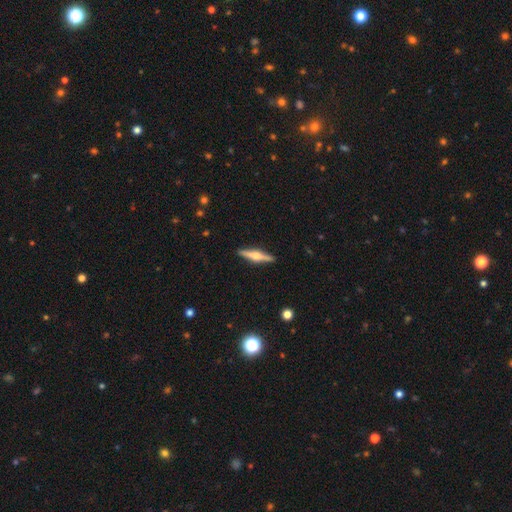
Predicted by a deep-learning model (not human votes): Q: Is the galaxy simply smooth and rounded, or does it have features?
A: featured or disk — 72%.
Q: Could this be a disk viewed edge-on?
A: yes — 98%.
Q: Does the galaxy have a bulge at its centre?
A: rounded — 89%.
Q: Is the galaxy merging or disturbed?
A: none — 91%.